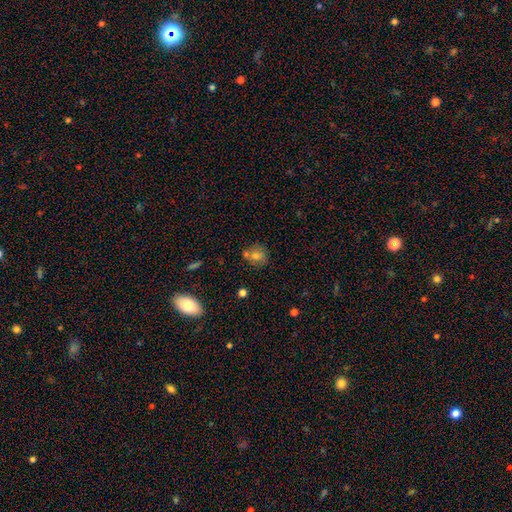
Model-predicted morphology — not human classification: Overall: smooth (63%). How rounded: round (72%). Merging: none (65%).